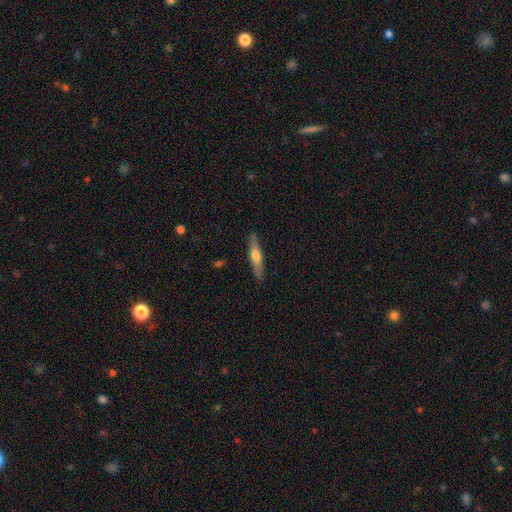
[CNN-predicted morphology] featured or disk 48%, smooth 46%, star or artifact 6%. Down the decision tree: merging — none (88%).